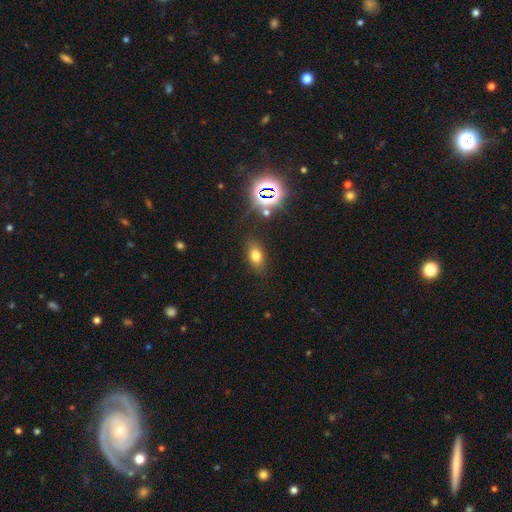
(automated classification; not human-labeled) The model was most divided on "smooth or featured": smooth: 69%, star or artifact: 20%, featured or disk: 11%. More confident: merging — none (82%); how rounded — in between (80%).